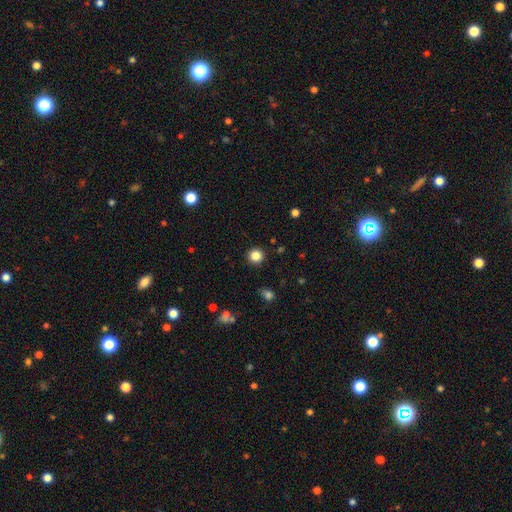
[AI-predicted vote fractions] Smooth or featured?
  - smooth: 84% *
  - star or artifact: 12%
  - featured or disk: 4%
How rounded?
  - round: 94% *
  - in between: 5%
  - cigar-shaped: 1%
Merging?
  - none: 92% *
  - minor disturbance: 5%
  - major disturbance: 2%
  - merger: 1%